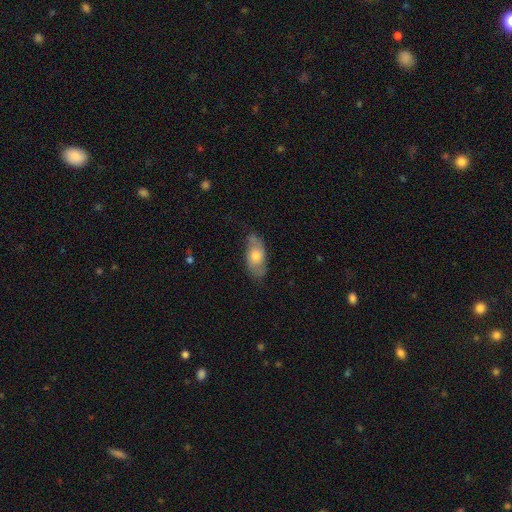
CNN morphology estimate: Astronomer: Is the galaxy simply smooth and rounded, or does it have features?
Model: smooth — 56% (runner-up: featured or disk, 38%).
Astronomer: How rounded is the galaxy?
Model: in between — 87%.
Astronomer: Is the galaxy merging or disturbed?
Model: none — 66%.